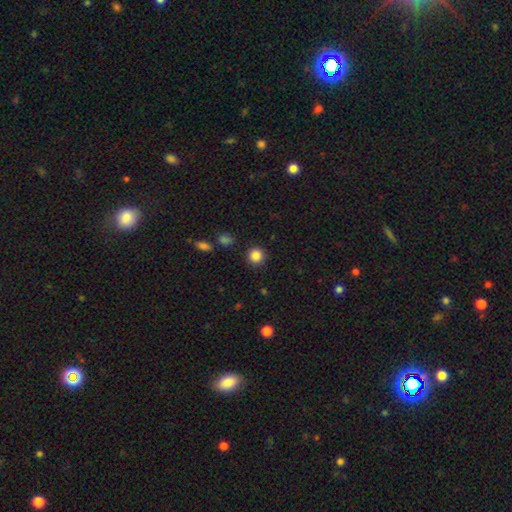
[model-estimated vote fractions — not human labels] smooth-or-featured: smooth: 86% | star or artifact: 11% | featured or disk: 4%
  how-rounded: round: 93% | in between: 6% | cigar-shaped: 1%
  merging: none: 91% | minor disturbance: 6% | major disturbance: 2% | merger: 2%